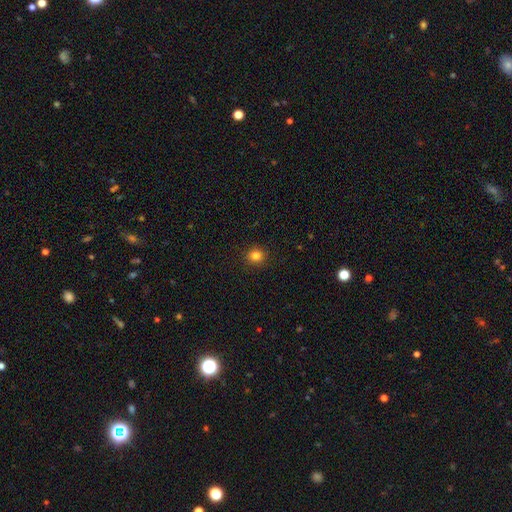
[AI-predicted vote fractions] Smooth or featured? smooth (83%)
How rounded? round (86%)
Merging? none (91%)